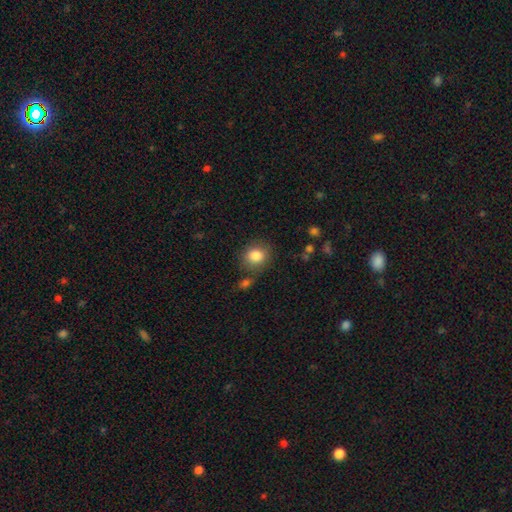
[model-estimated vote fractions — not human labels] Smooth or featured: smooth — 84% (star or artifact — 9%)
How rounded: round — 73% (in between — 26%)
Merging: none — 73% (minor disturbance — 14%)